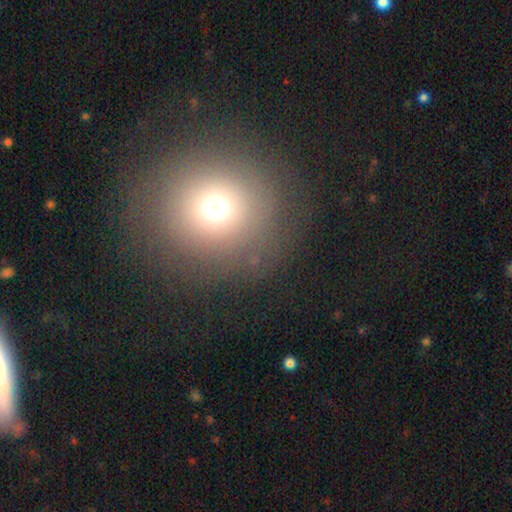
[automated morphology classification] Smooth or featured? Predicted: smooth (p=0.69). How rounded? Predicted: round (p=0.89). Merging? Predicted: none (p=0.85).